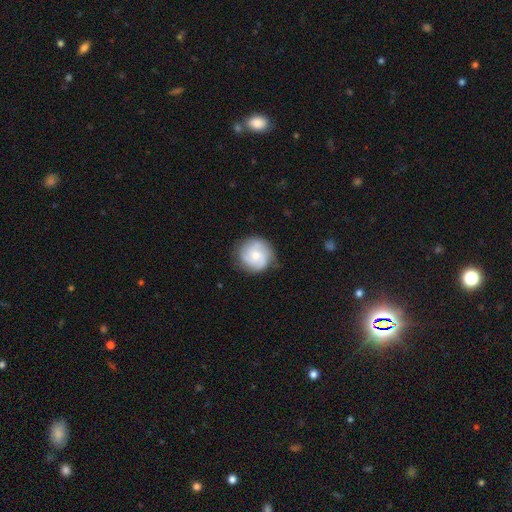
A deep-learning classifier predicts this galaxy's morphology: Smooth or featured? Predicted: featured or disk (p=0.59). Edge-on disk? Predicted: no (p=0.98). Bar? Predicted: no (p=0.74). Spiral arms? Predicted: yes (p=0.90). Spiral winding? Predicted: tight (p=0.47). Spiral arm count? Predicted: 3 (p=0.43). Bulge size? Predicted: small (p=0.52). Merging? Predicted: none (p=0.81).